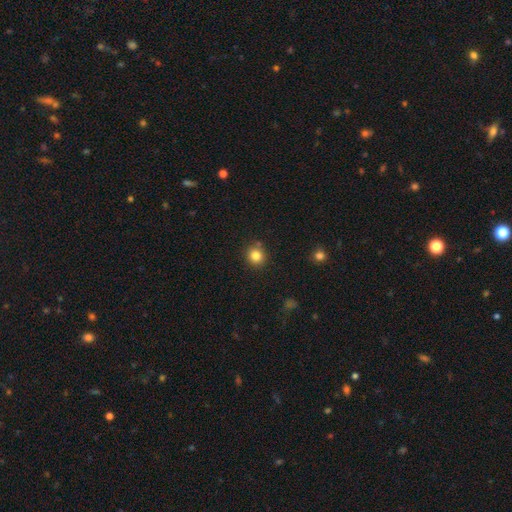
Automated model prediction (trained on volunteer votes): This appears to be a smooth galaxy with no disk features (82%) that is round (88%). Merging: none (84%).